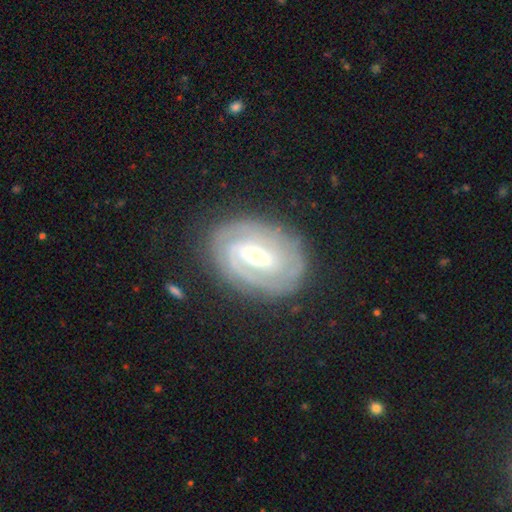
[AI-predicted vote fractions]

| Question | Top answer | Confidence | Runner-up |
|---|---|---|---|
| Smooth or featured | featured or disk | 85% | smooth (10%) |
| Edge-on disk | no | 96% | yes (4%) |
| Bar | weak | 43% | strong (39%) |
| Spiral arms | yes | 93% | no (7%) |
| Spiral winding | tight | 72% | medium (23%) |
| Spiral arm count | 2 | 50% | can't tell (23%) |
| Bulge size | small | 52% | moderate (43%) |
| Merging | none | 80% | minor disturbance (14%) |